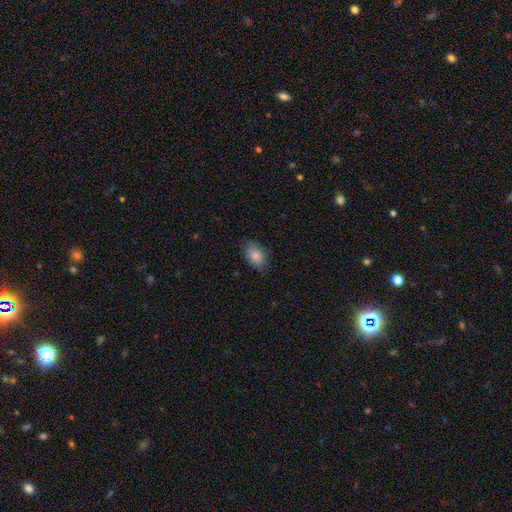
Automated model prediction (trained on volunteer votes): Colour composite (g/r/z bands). It shows a smooth galaxy with no disk features (86%) that is in between round and cigar-shaped (88%). Merging: none (80%).